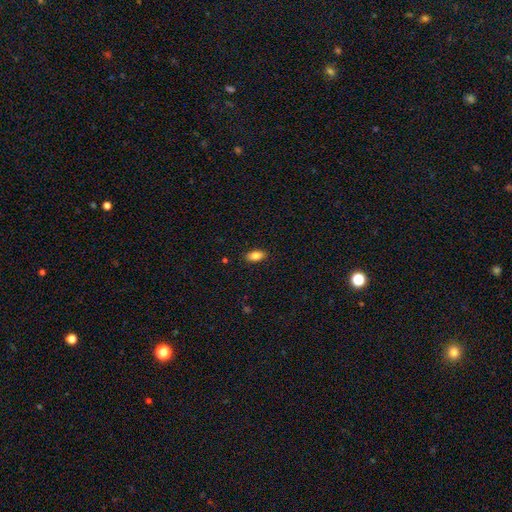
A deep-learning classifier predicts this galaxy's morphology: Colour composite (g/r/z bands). It shows a smooth galaxy with no disk features (84%) that is in between round and cigar-shaped (91%). Merging: none (89%).